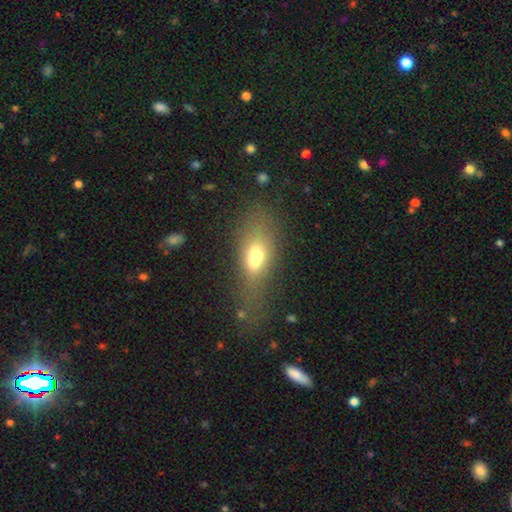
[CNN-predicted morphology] smooth 58%, featured or disk 30%, star or artifact 12%. Down the decision tree: how rounded — in between (67%); merging — merger (54%).